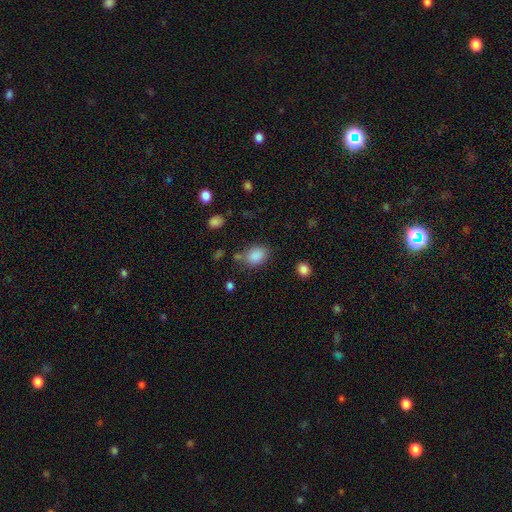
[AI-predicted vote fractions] Smooth or featured? Predicted: smooth (p=0.86). How rounded? Predicted: in between (p=0.72). Merging? Predicted: none (p=0.66).